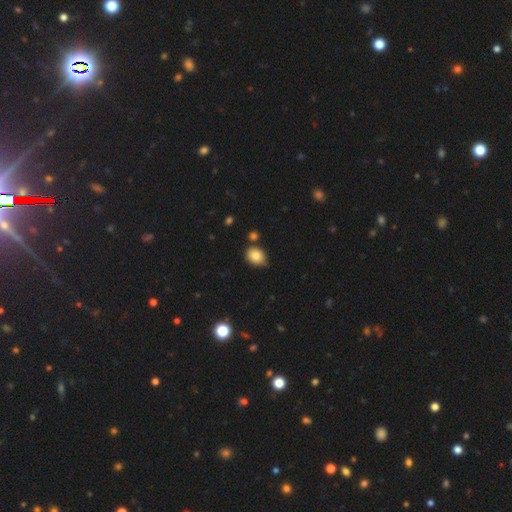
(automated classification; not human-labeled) Smooth or featured: smooth — 84% (star or artifact — 9%)
How rounded: in between — 61% (round — 38%)
Merging: none — 67% (minor disturbance — 22%)